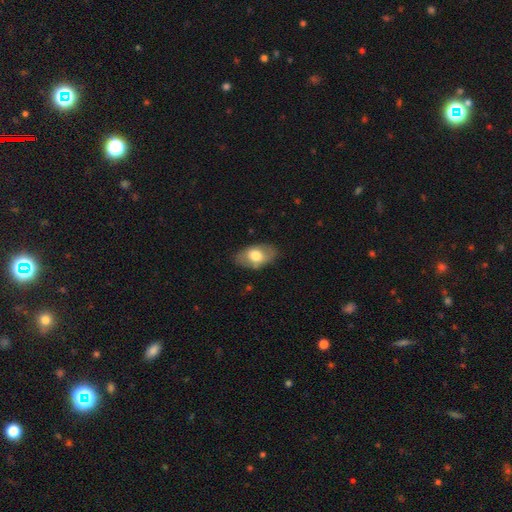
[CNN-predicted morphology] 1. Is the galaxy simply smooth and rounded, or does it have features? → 67% smooth, 27% featured or disk, 6% star or artifact.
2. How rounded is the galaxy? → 92% in between, 6% round, 2% cigar-shaped.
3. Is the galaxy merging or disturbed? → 80% none, 15% minor disturbance, 4% major disturbance, 1% merger.